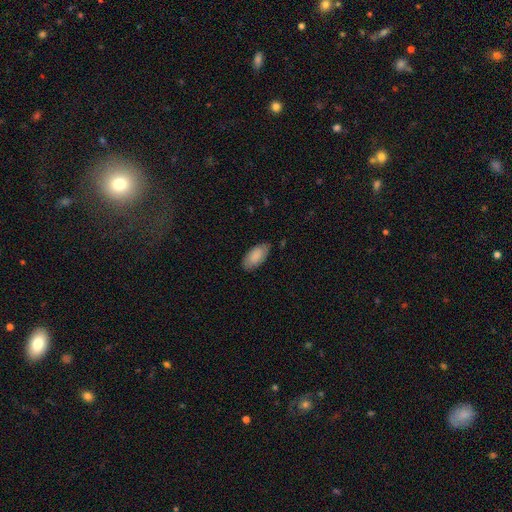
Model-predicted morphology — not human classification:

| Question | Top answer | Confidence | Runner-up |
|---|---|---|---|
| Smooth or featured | smooth | 86% | featured or disk (8%) |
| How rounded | in between | 94% | cigar-shaped (4%) |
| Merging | none | 77% | minor disturbance (18%) |